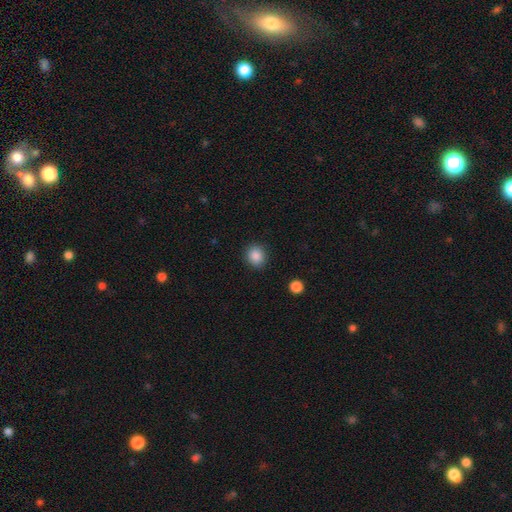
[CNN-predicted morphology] This is clearly a smooth galaxy (87%). How rounded: likely round (80%). Merging: clearly none (90%).